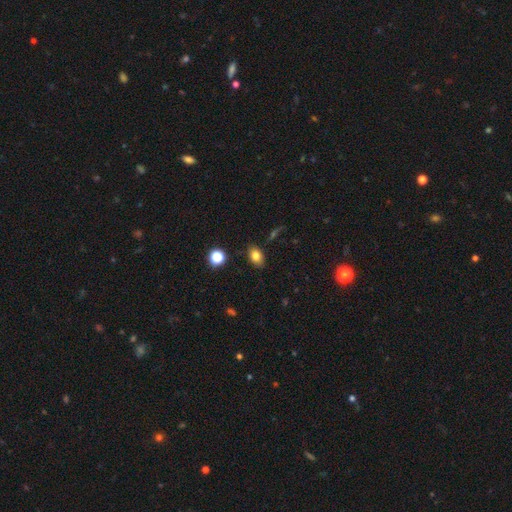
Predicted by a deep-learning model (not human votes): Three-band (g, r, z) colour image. It shows a smooth galaxy with no disk features (79%) that is in between round and cigar-shaped (76%). Merging: none (84%).